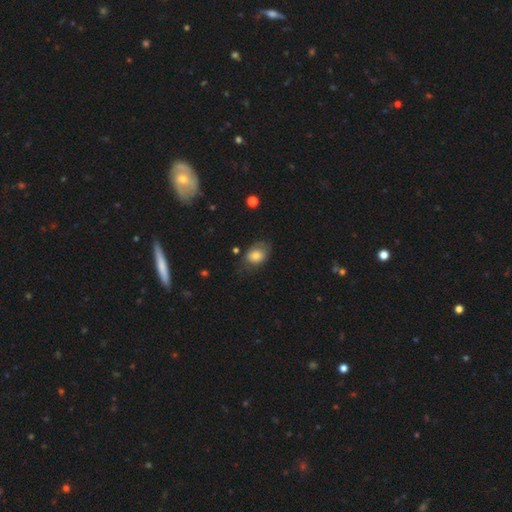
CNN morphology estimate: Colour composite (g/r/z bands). It shows a smooth galaxy with no disk features (73%) that is in between round and cigar-shaped (66%). Merging: none (55%).